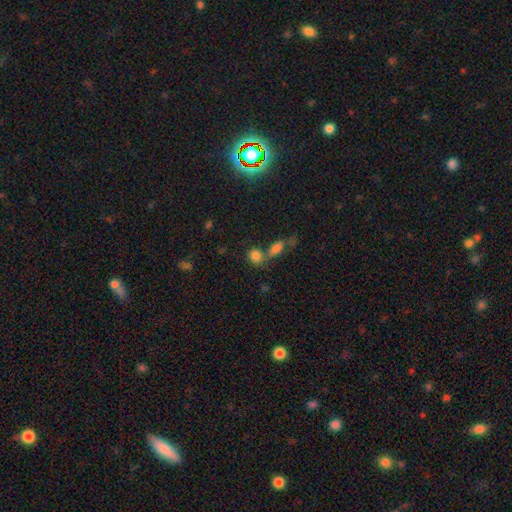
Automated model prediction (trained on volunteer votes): Smooth or featured?
  - smooth: 82% *
  - star or artifact: 11%
  - featured or disk: 7%
How rounded?
  - round: 59% *
  - in between: 38%
  - cigar-shaped: 3%
Merging?
  - none: 47% *
  - merger: 38%
  - minor disturbance: 10%
  - major disturbance: 4%